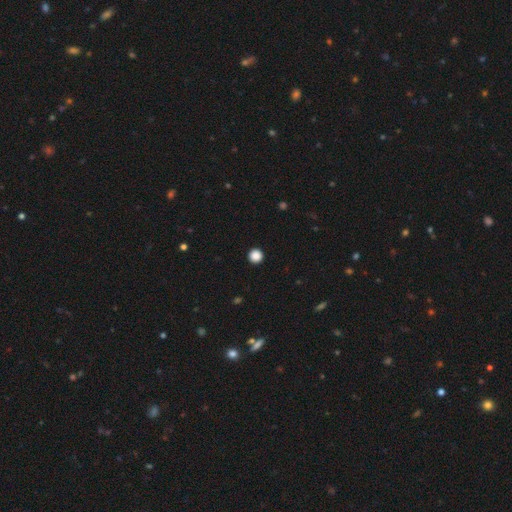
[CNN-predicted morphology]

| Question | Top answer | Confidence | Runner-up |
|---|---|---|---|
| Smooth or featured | smooth | 88% | star or artifact (10%) |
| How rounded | round | 96% | in between (3%) |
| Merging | none | 94% | minor disturbance (4%) |